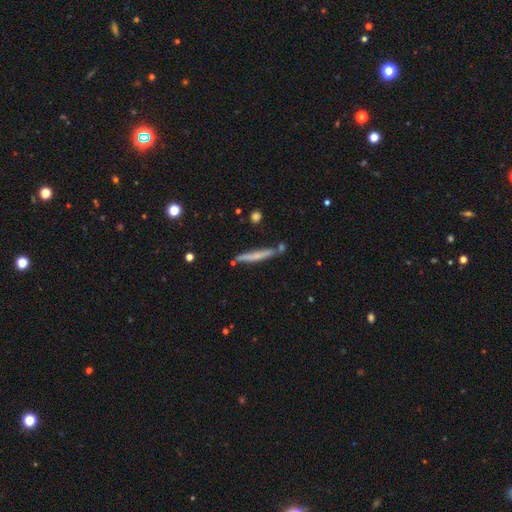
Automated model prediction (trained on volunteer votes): smooth 50%, featured or disk 43%, star or artifact 7%. Down the decision tree: merging — none (79%).